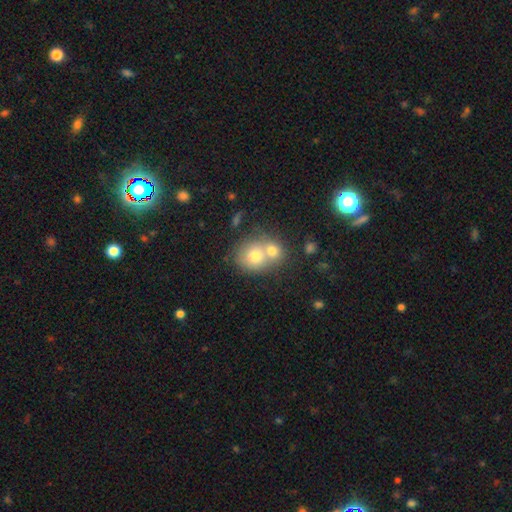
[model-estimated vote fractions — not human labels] smooth_or_featured: smooth (p=0.71) [alt: featured or disk p=0.18]
how_rounded: round (p=0.75) [alt: in between p=0.24]
merging: merger (p=0.57) [alt: none p=0.33]